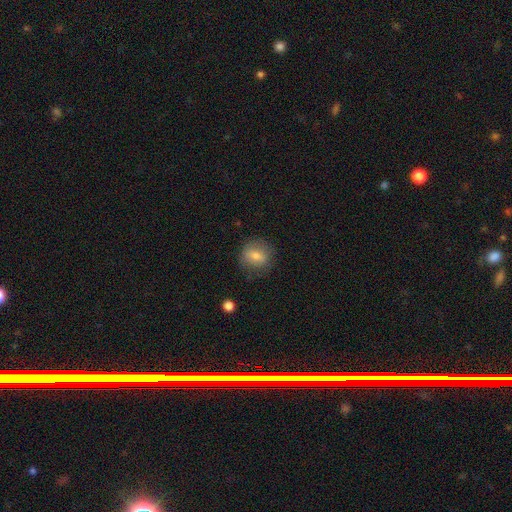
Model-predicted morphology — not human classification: Overall: smooth (72%). How rounded: round (72%). Merging: none (78%).